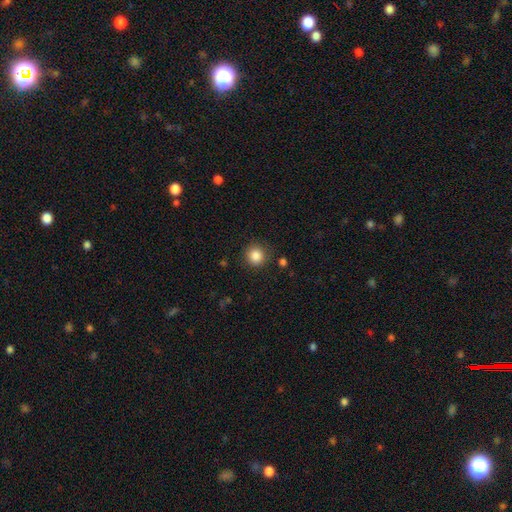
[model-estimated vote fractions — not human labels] A smooth galaxy with no disk features (86%) that is round (93%).

Vote fractions:
- Smooth or featured? smooth: 86% / star or artifact: 10% / featured or disk: 4%
- How rounded? round: 93% / in between: 7% / cigar-shaped: 1%
- Merging? none: 86% / minor disturbance: 9% / major disturbance: 3% / merger: 2%